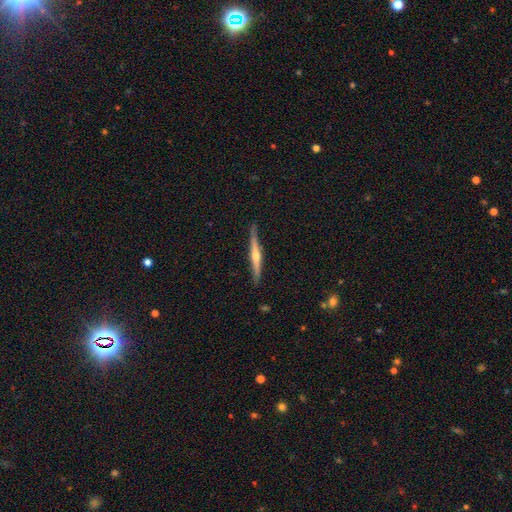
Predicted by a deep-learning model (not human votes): The model was most divided on "smooth or featured": featured or disk: 73%, smooth: 22%, star or artifact: 5%. More confident: edge-on disk — yes (97%); edge-on bulge — rounded (86%); merging — none (85%).